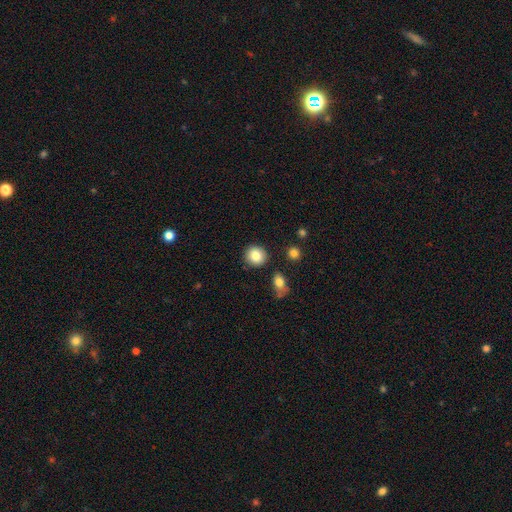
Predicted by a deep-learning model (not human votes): smooth 84%, star or artifact 9%, featured or disk 7%. Down the decision tree: how rounded — round (88%); merging — none (88%).